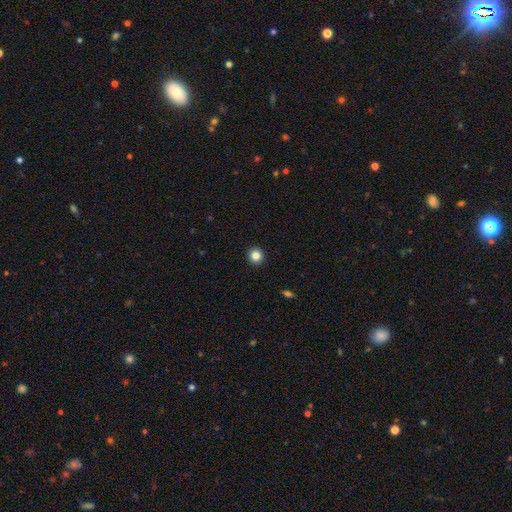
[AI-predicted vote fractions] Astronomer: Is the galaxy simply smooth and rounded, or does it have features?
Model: smooth — 84%.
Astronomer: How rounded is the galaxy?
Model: round — 94%.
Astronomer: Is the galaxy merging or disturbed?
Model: none — 94%.